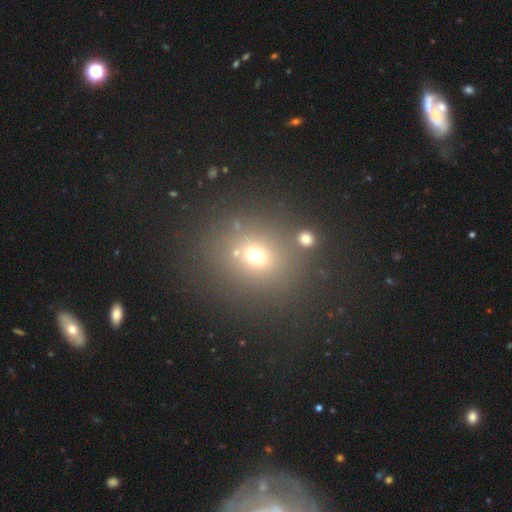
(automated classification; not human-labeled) This appears to be a smooth galaxy with no disk features (65%) that is round (72%). Merging: none (74%).